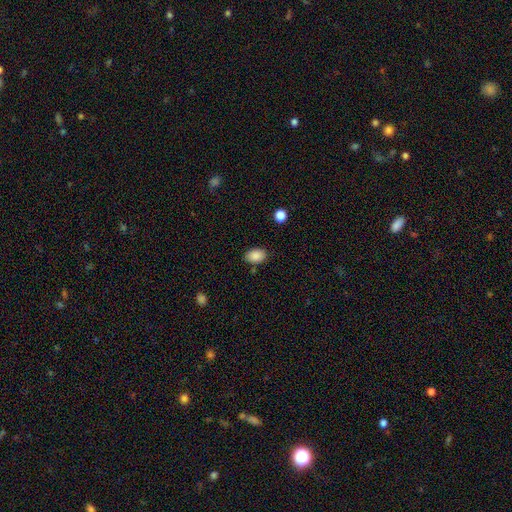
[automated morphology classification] type=smooth (87%); roundness=in between (86%); merging=none (81%).